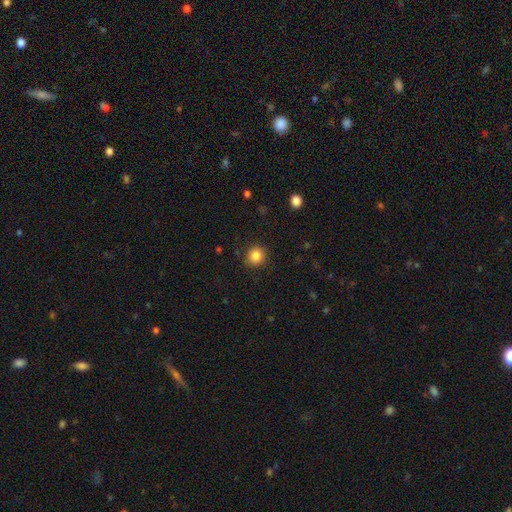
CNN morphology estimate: A smooth galaxy with no disk features (85%) that is round (89%).

Vote fractions:
- Smooth or featured? smooth: 85% / star or artifact: 11% / featured or disk: 5%
- How rounded? round: 89% / in between: 10% / cigar-shaped: 1%
- Merging? none: 89% / minor disturbance: 7% / major disturbance: 2% / merger: 1%